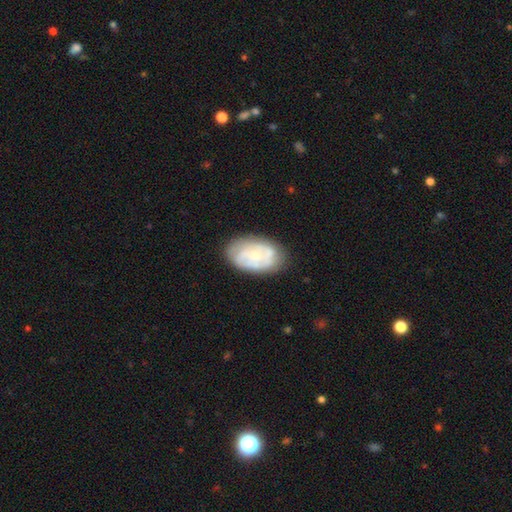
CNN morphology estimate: Smooth or featured?
  - featured or disk: 62% *
  - smooth: 32%
  - star or artifact: 6%
Edge-on disk?
  - no: 96% *
  - yes: 4%
Bar?
  - no: 79% *
  - weak: 18%
  - strong: 3%
Spiral arms?
  - yes: 65% *
  - no: 35%
Bulge size?
  - small: 62% *
  - moderate: 30%
  - none: 5%
  - large: 2%
  - dominant: 1%
Merging?
  - none: 71% *
  - minor disturbance: 20%
  - major disturbance: 6%
  - merger: 3%